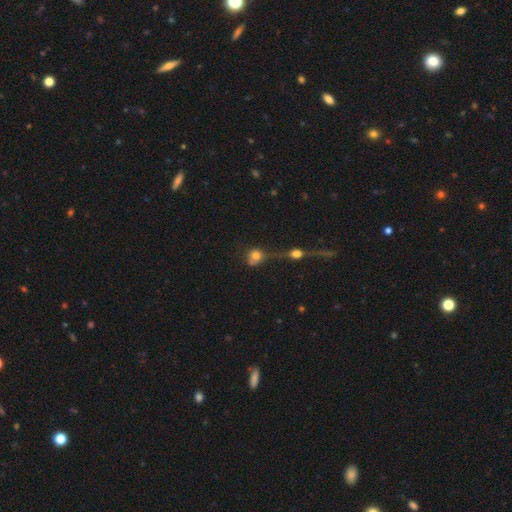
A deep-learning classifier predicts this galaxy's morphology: Smooth or featured?
  - smooth: 68% *
  - featured or disk: 19%
  - star or artifact: 13%
How rounded?
  - round: 70% *
  - in between: 28%
  - cigar-shaped: 2%
Merging?
  - merger: 42% *
  - none: 30%
  - major disturbance: 14%
  - minor disturbance: 14%